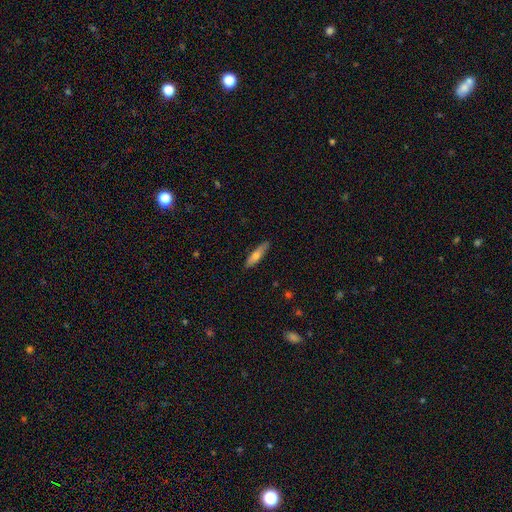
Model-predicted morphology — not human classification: This appears to be a smooth galaxy with no disk features (62%) that is cigar-shaped (74%). Merging: none (86%).